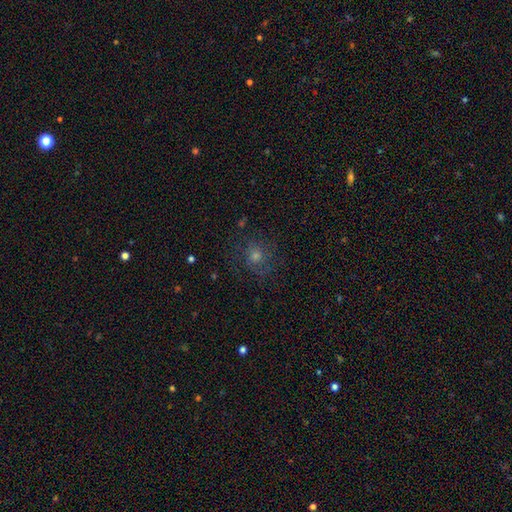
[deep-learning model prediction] Q: Smooth or featured?
A: smooth (40%); runner-up: featured or disk (31%)
Q: Merging?
A: none (76%); runner-up: minor disturbance (14%)